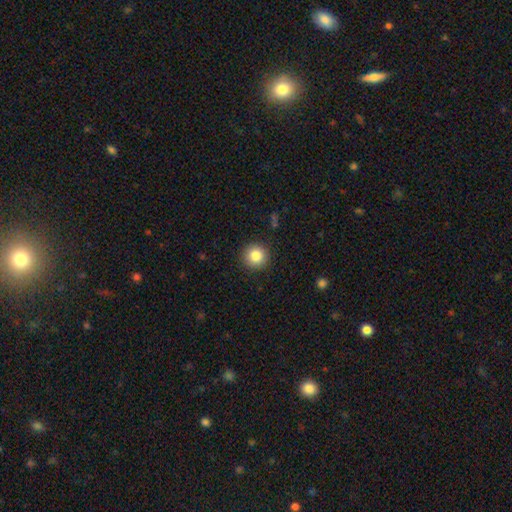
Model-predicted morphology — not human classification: A smooth galaxy with no disk features (84%) that is round (94%). Merging: none (91%).